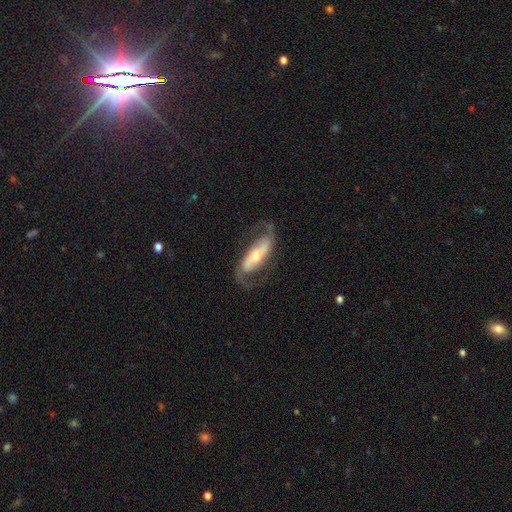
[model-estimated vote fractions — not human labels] This is clearly a featured or disk galaxy (85%). It is clearly not viewed edge-on (91%). Bar: possibly strong (50%). Spiral arm pattern: clearly yes (94%). Spiral arm count: clearly 2 (91%). Spiral winding: marginally medium (43%). Central bulge: possibly moderate (53%). Merging: likely none (74%).